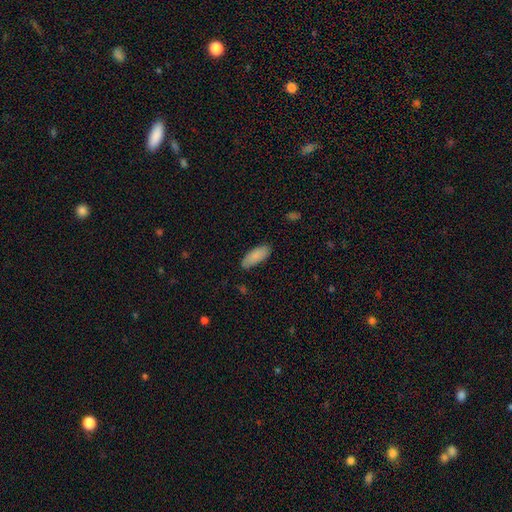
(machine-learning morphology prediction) The model was most divided on "how rounded": in between: 79%, cigar-shaped: 19%, round: 2%. More confident: smooth or featured — smooth (86%); merging — none (79%).